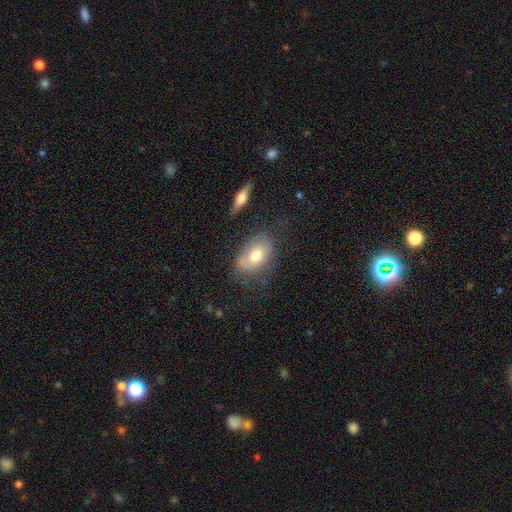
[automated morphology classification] smooth 67%, featured or disk 26%, star or artifact 7%. Down the decision tree: how rounded — in between (89%); merging — none (61%).